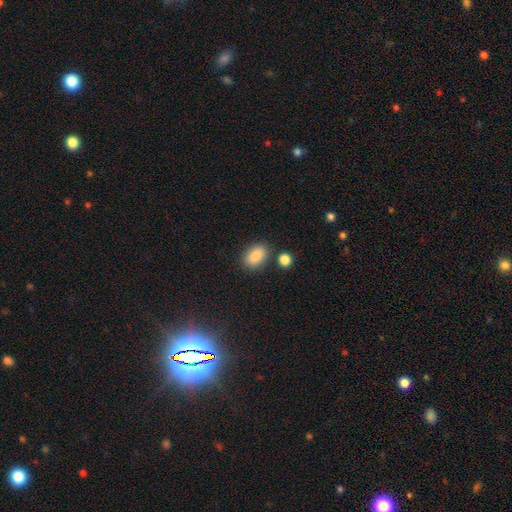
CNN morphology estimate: Smooth or featured? Predicted: smooth (p=0.87). How rounded? Predicted: in between (p=0.87). Merging? Predicted: none (p=0.79).